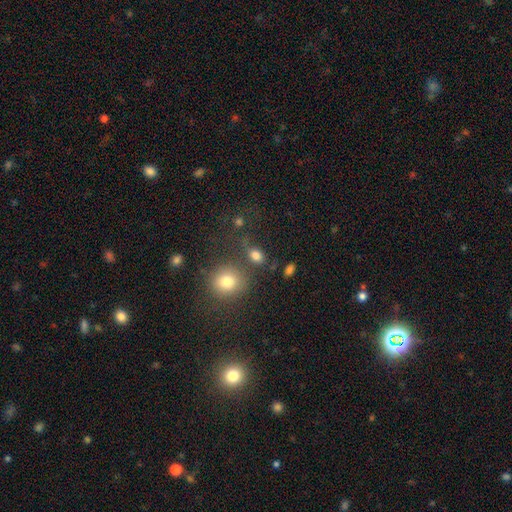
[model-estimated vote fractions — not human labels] Smooth or featured: smooth — 81% (star or artifact — 12%)
How rounded: in between — 62% (round — 36%)
Merging: none — 63% (minor disturbance — 15%)